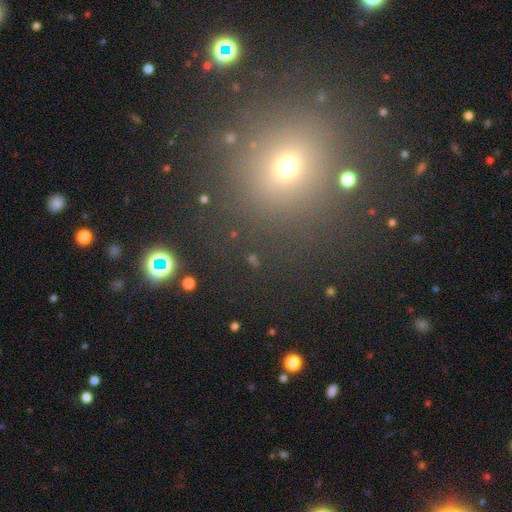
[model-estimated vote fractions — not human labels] smooth_or_featured: smooth (p=0.50) [alt: star or artifact p=0.41]
how_rounded: round (p=0.89) [alt: in between p=0.09]
merging: none (p=0.86) [alt: minor disturbance p=0.07]